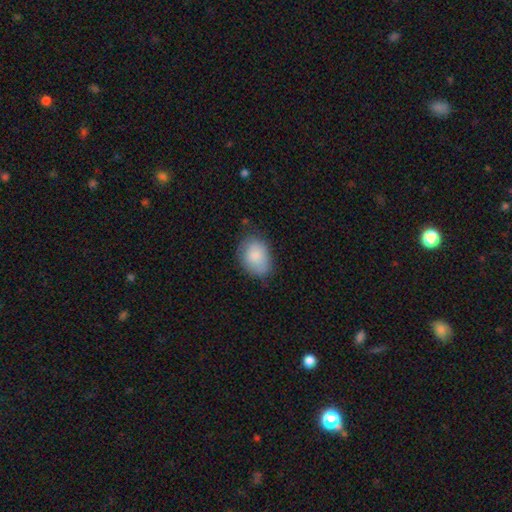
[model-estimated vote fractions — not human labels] Q: Smooth or featured?
A: smooth (84%); runner-up: featured or disk (9%)
Q: How rounded?
A: in between (76%); runner-up: round (23%)
Q: Merging?
A: none (69%); runner-up: minor disturbance (24%)